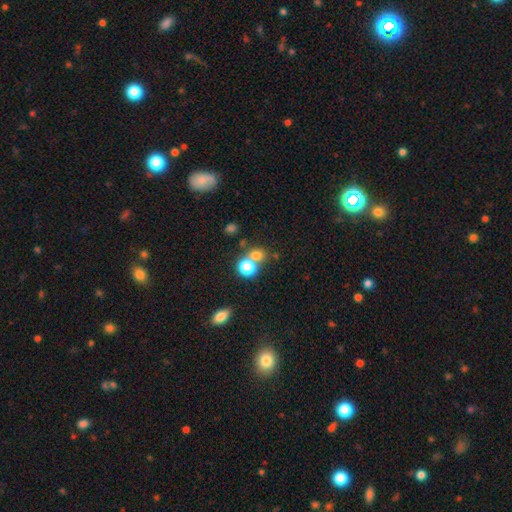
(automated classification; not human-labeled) Smooth or featured?
  - smooth: 74% *
  - star or artifact: 17%
  - featured or disk: 9%
How rounded?
  - round: 78% *
  - in between: 21%
  - cigar-shaped: 1%
Merging?
  - none: 48% *
  - merger: 41%
  - minor disturbance: 8%
  - major disturbance: 4%